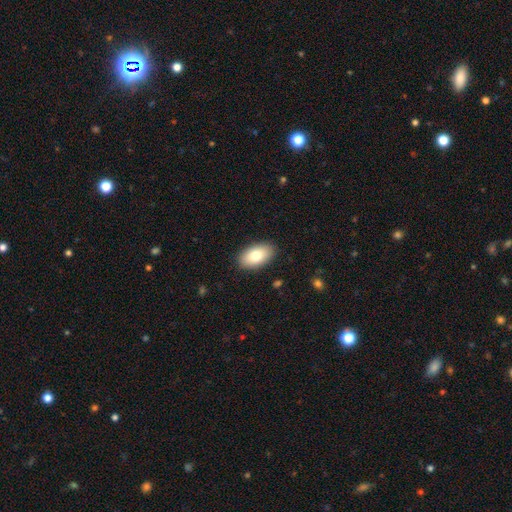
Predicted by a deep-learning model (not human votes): smooth_or_featured: smooth (p=0.79) [alt: featured or disk p=0.15]
how_rounded: in between (p=0.94) [alt: round p=0.04]
merging: none (p=0.88) [alt: minor disturbance p=0.09]